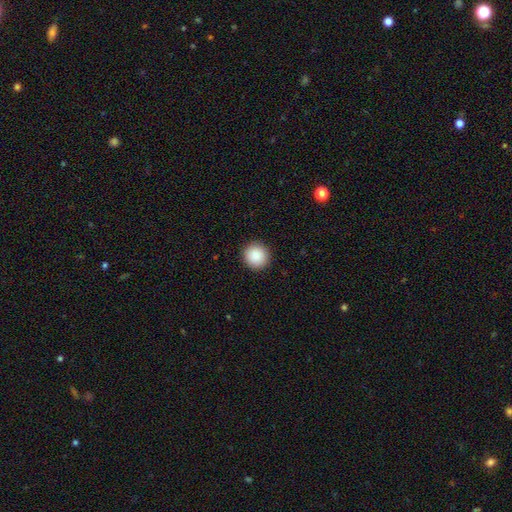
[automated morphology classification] Smooth or featured? Predicted: smooth (p=0.89). How rounded? Predicted: round (p=0.95). Merging? Predicted: none (p=0.93).